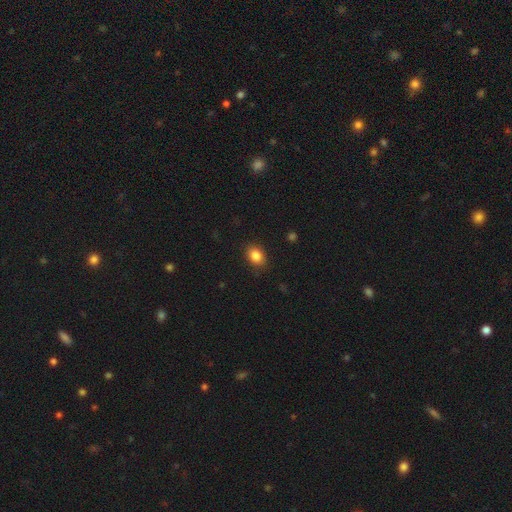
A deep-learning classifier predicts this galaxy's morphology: type=smooth (86%); roundness=in between (73%); merging=none (87%).